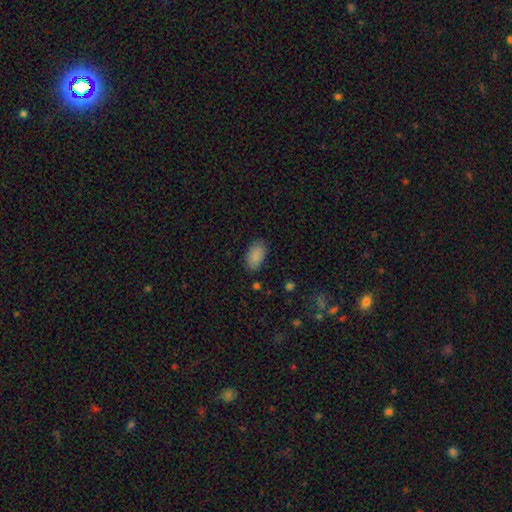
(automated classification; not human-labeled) The model was most divided on "merging": none: 84%, minor disturbance: 12%, major disturbance: 3%, merger: 1%. More confident: how rounded — in between (93%); smooth or featured — smooth (88%).